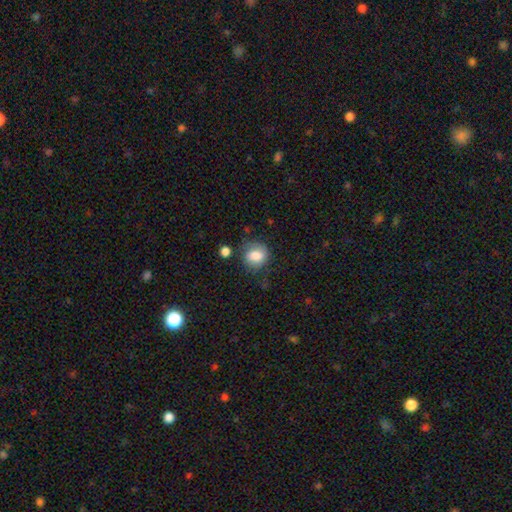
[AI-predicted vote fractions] Morphology: type=smooth (78%); roundness=round (69%); merging=none (60%).